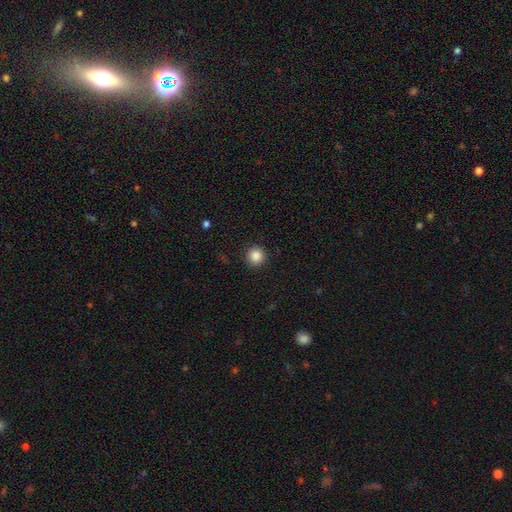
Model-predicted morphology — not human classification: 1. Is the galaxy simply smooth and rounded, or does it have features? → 87% smooth, 10% star or artifact, 3% featured or disk.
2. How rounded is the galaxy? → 95% round, 4% in between, 1% cigar-shaped.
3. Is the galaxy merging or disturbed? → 91% none, 6% minor disturbance, 2% major disturbance, 1% merger.